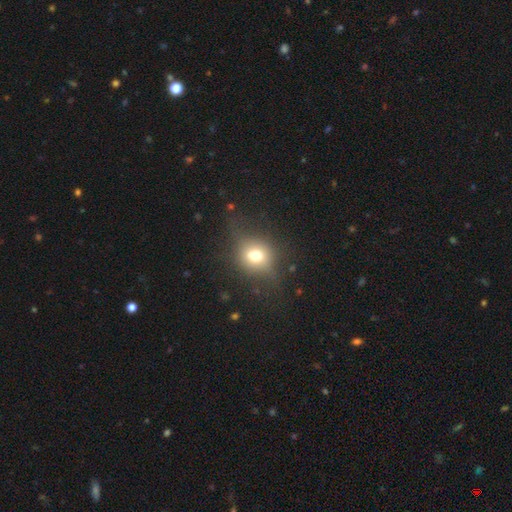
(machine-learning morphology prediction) The model was most divided on "smooth or featured": smooth: 66%, featured or disk: 20%, star or artifact: 15%. More confident: how rounded — round (73%); merging — none (68%).